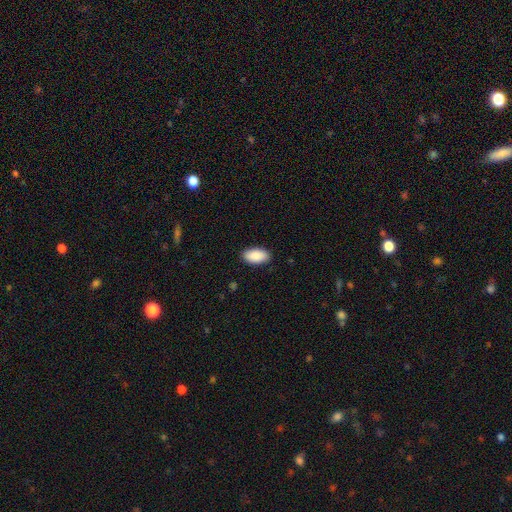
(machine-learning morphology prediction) Q: Smooth or featured?
A: smooth (90%); runner-up: star or artifact (6%)
Q: How rounded?
A: in between (95%); runner-up: round (2%)
Q: Merging?
A: none (89%); runner-up: minor disturbance (8%)